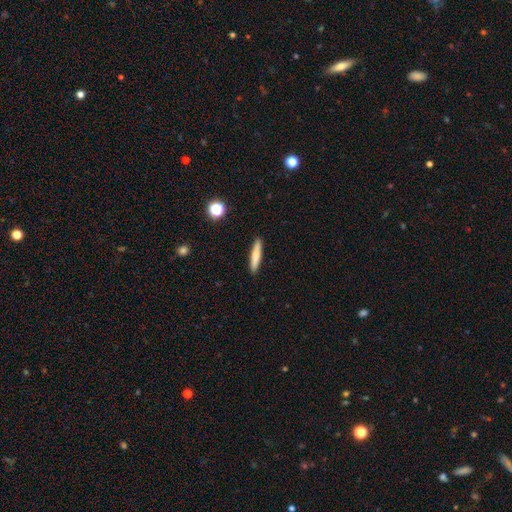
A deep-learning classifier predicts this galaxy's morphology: A smooth galaxy with no disk features (69%) that is cigar-shaped (89%).

Vote fractions:
- Smooth or featured? smooth: 69% / featured or disk: 24% / star or artifact: 7%
- How rounded? cigar-shaped: 89% / in between: 9% / round: 2%
- Merging? none: 91% / minor disturbance: 6% / major disturbance: 1% / merger: 1%